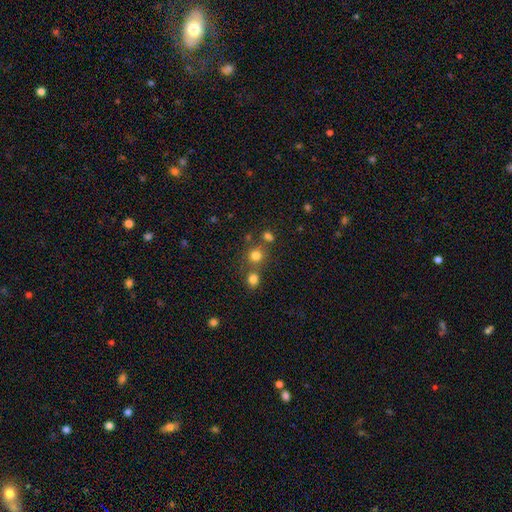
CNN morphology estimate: smooth 76%, star or artifact 16%, featured or disk 7%. Down the decision tree: how rounded — round (88%); merging — none (64%).